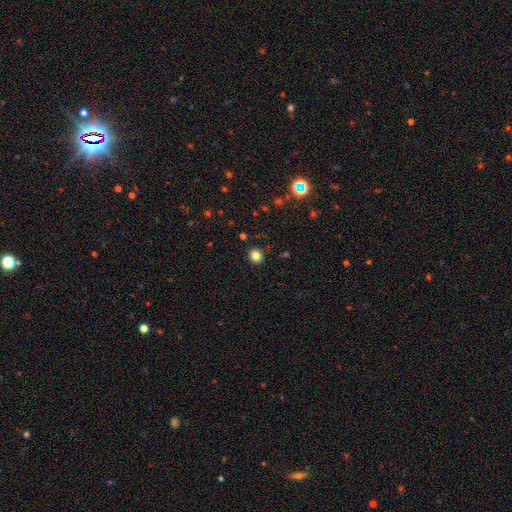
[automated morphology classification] Q: Smooth or featured?
A: smooth (82%); runner-up: star or artifact (13%)
Q: How rounded?
A: round (80%); runner-up: in between (19%)
Q: Merging?
A: none (90%); runner-up: minor disturbance (7%)